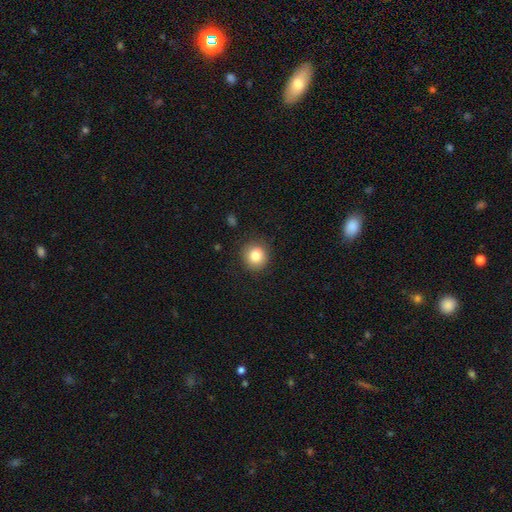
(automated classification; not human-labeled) Overall: smooth (83%). How rounded: round (90%). Merging: none (88%).